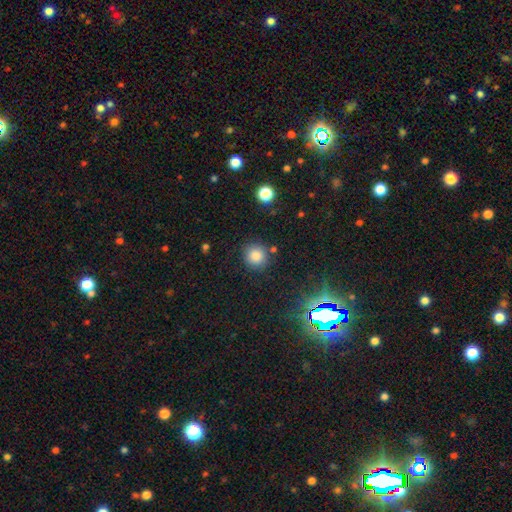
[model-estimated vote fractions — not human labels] Overall: smooth (82%). How rounded: round (91%). Merging: none (84%).